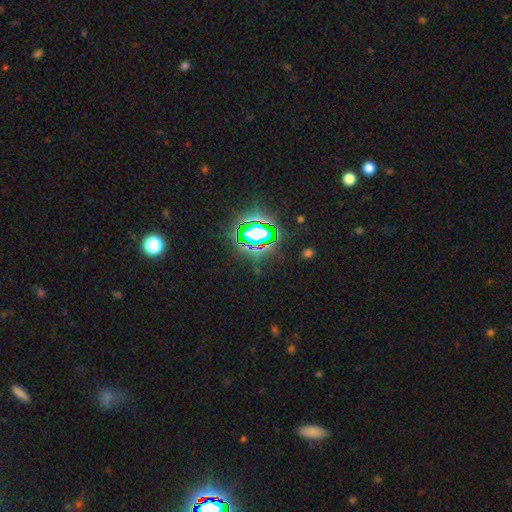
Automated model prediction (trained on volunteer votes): This is likely a star or artifact rather than a galaxy (80%).